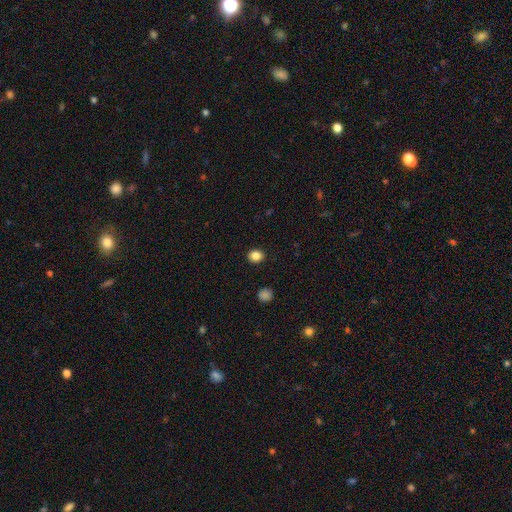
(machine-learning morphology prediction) smooth-or-featured: smooth: 85% | star or artifact: 11% | featured or disk: 4%
  how-rounded: round: 69% | in between: 30% | cigar-shaped: 1%
  merging: none: 91% | minor disturbance: 6% | major disturbance: 2% | merger: 1%